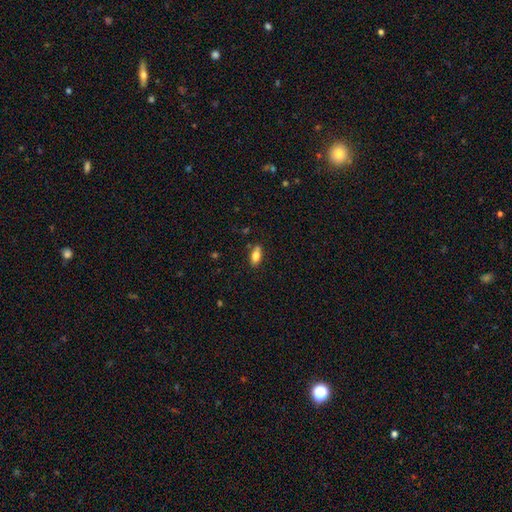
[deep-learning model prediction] Overall: smooth (81%). How rounded: in between (86%). Merging: none (80%).